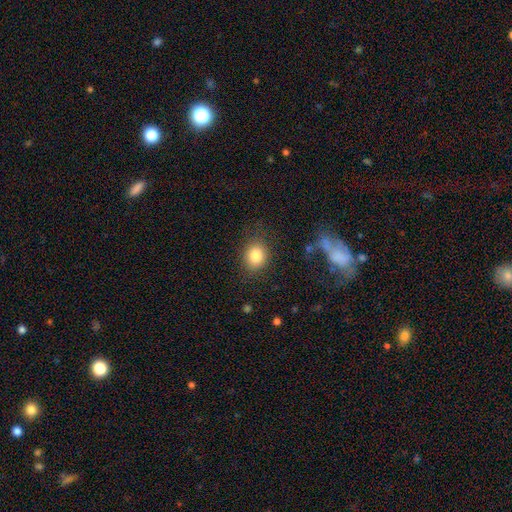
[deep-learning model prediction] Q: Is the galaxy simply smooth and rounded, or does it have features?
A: smooth — 84%.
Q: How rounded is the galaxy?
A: round — 58%.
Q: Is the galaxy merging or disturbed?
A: none — 80%.